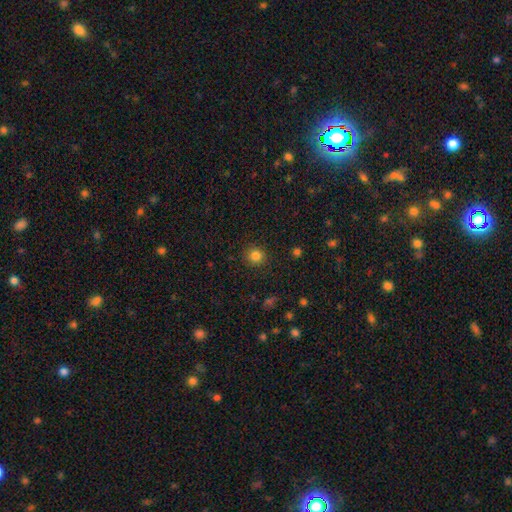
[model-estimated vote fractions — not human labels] The model was most divided on "smooth or featured": smooth: 83%, star or artifact: 12%, featured or disk: 5%. More confident: how rounded — round (91%); merging — none (89%).